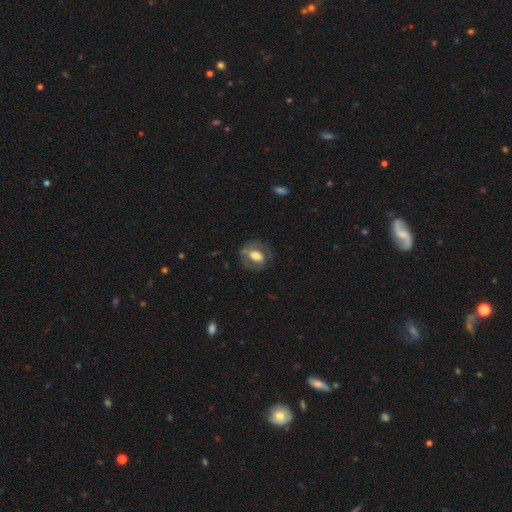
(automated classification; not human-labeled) The model was most divided on "smooth or featured": featured or disk: 48%, smooth: 45%, star or artifact: 7%. More confident: merging — none (64%).